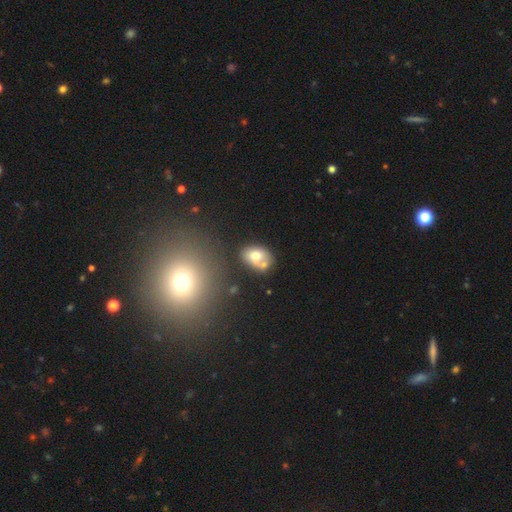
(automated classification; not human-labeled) This appears to be a smooth galaxy with no disk features (64%) that is in between round and cigar-shaped (67%). Merging: merger (42%).